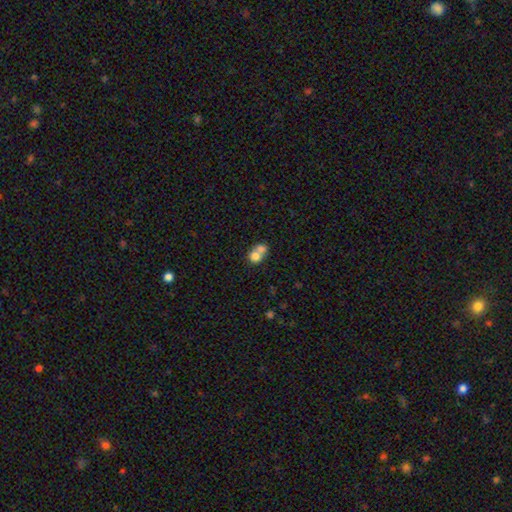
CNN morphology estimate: Q: Smooth or featured?
A: smooth (74%); runner-up: featured or disk (16%)
Q: How rounded?
A: round (66%); runner-up: in between (33%)
Q: Merging?
A: merger (69%); runner-up: none (23%)